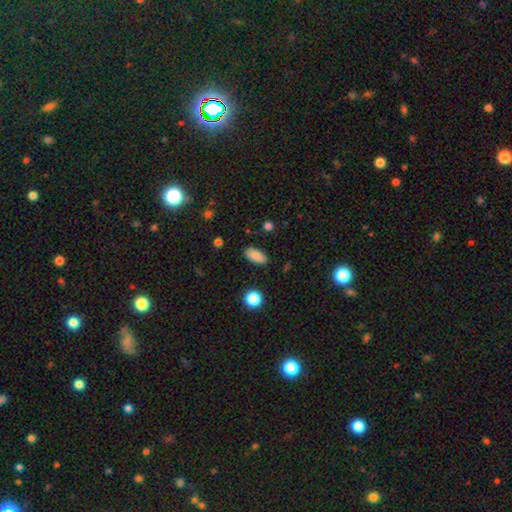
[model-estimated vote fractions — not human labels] Smooth or featured? smooth (86%)
How rounded? in between (89%)
Merging? none (87%)